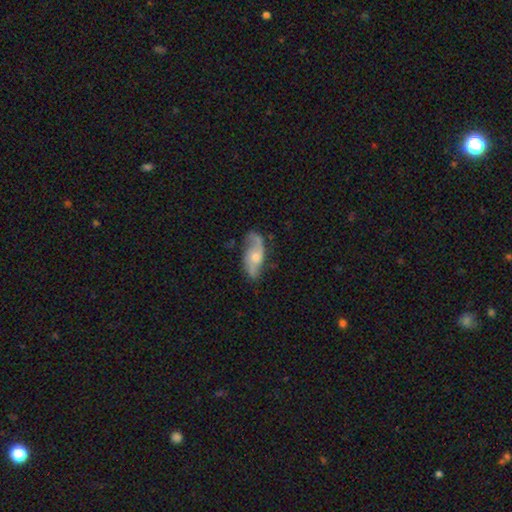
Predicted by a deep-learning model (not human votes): Q: Smooth or featured?
A: featured or disk (72%); runner-up: smooth (22%)
Q: Edge-on disk?
A: no (90%); runner-up: yes (10%)
Q: Bar?
A: no (68%); runner-up: weak (27%)
Q: Spiral arms?
A: yes (90%); runner-up: no (10%)
Q: Spiral winding?
A: loose (57%); runner-up: medium (31%)
Q: Spiral arm count?
A: 2 (85%); runner-up: can't tell (7%)
Q: Bulge size?
A: moderate (54%); runner-up: small (38%)
Q: Merging?
A: none (68%); runner-up: minor disturbance (21%)